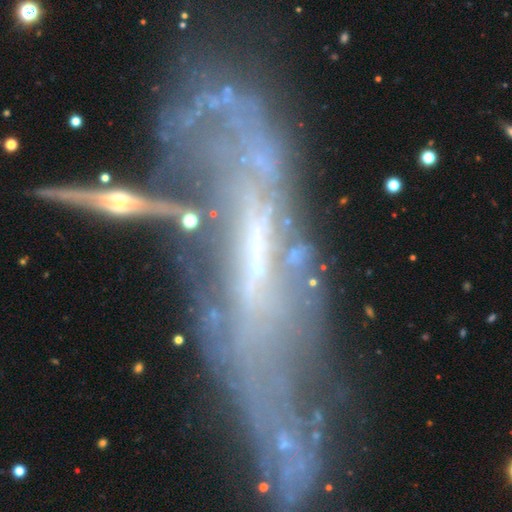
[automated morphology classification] Smooth or featured?
  - featured or disk: 74% *
  - smooth: 15%
  - star or artifact: 11%
Edge-on disk?
  - no: 62% *
  - yes: 38%
Merging?
  - major disturbance: 30% *
  - merger: 26%
  - none: 26%
  - minor disturbance: 17%